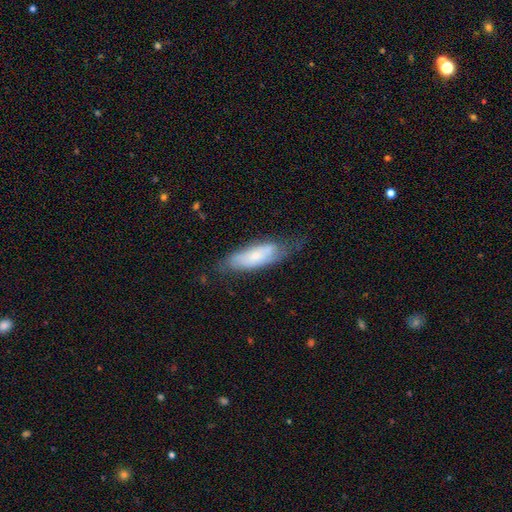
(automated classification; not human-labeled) smooth-or-featured: smooth: 55% | featured or disk: 37% | star or artifact: 7%
  how-rounded: in between: 60% | cigar-shaped: 38% | round: 2%
  merging: none: 60% | minor disturbance: 28% | major disturbance: 10% | merger: 2%